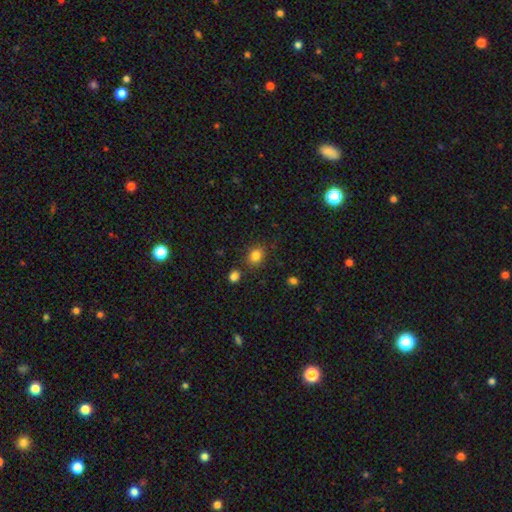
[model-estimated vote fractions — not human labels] smooth_or_featured: smooth (p=0.83) [alt: star or artifact p=0.11]
how_rounded: round (p=0.64) [alt: in between p=0.35]
merging: none (p=0.79) [alt: minor disturbance p=0.12]